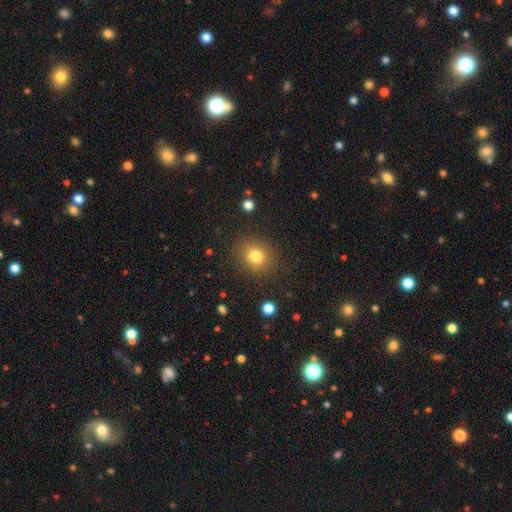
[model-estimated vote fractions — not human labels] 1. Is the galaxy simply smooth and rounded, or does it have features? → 80% smooth, 13% star or artifact, 8% featured or disk.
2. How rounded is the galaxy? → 78% round, 21% in between, 1% cigar-shaped.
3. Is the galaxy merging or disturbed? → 87% none, 8% minor disturbance, 3% major disturbance, 1% merger.